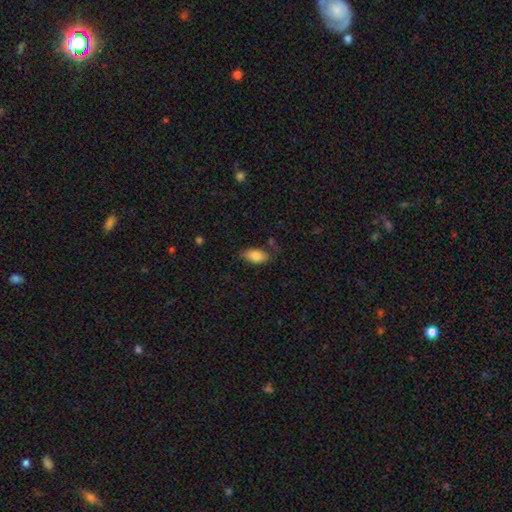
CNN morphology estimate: smooth_or_featured: smooth (p=0.84) [alt: featured or disk p=0.09]
how_rounded: in between (p=0.91) [alt: cigar-shaped p=0.06]
merging: none (p=0.71) [alt: minor disturbance p=0.21]